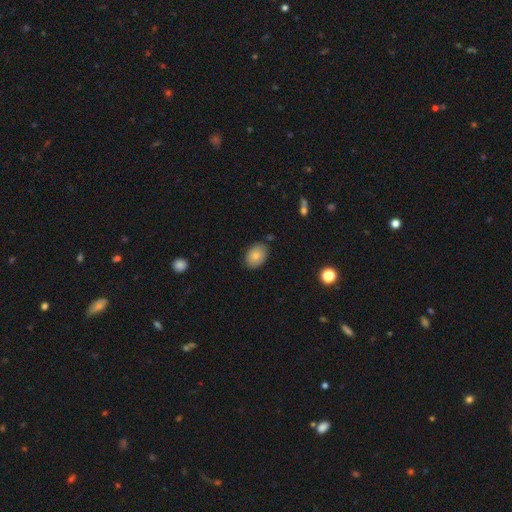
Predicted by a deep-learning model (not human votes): smooth-or-featured: smooth: 80% | featured or disk: 13% | star or artifact: 8%
  how-rounded: in between: 81% | round: 18% | cigar-shaped: 1%
  merging: none: 82% | minor disturbance: 14% | major disturbance: 3% | merger: 2%